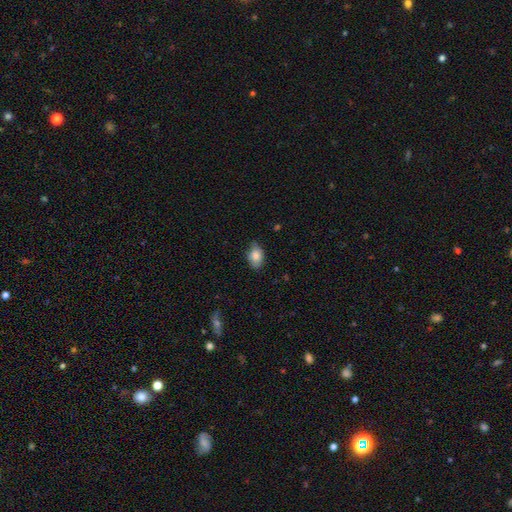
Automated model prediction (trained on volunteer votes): smooth 81%, featured or disk 11%, star or artifact 8%. Down the decision tree: how rounded — in between (81%); merging — none (70%).